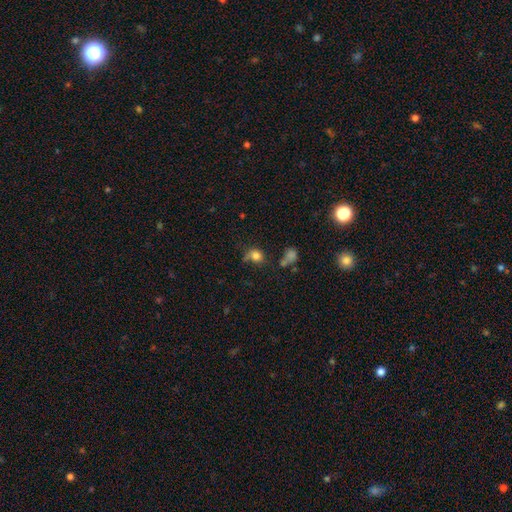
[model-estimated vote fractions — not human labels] This appears to be a smooth galaxy with no disk features (77%) that is round (62%). Merging: none (54%).